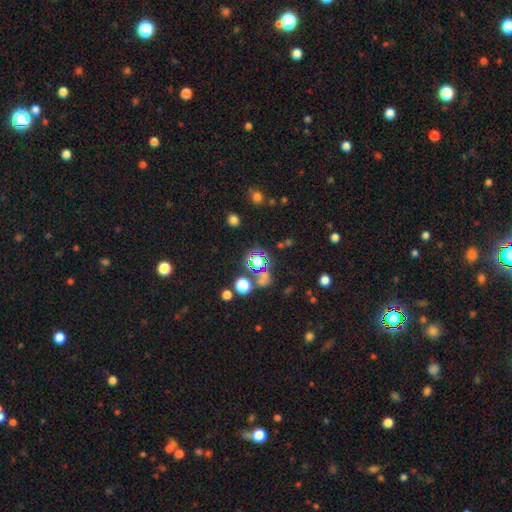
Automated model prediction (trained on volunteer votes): Smooth or featured? Predicted: star or artifact (p=0.72).